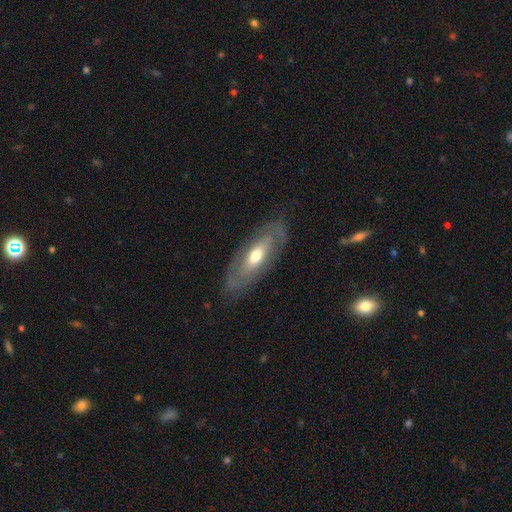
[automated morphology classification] Overall: featured or disk (56%; smooth 39%). Edge-on disk: no (77%). Merging: none (79%).